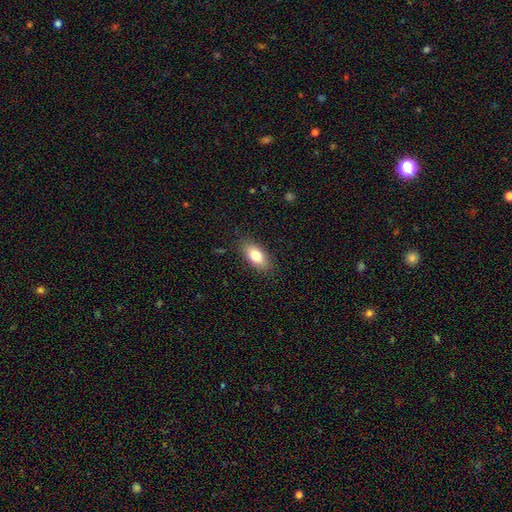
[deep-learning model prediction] This is likely a smooth galaxy (80%). How rounded: clearly in between (87%). Merging: clearly none (85%).